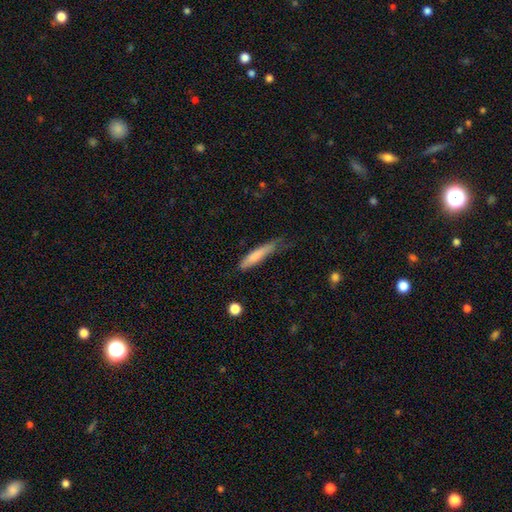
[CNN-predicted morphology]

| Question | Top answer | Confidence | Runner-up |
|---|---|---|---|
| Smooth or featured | smooth | 76% | featured or disk (18%) |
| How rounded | cigar-shaped | 88% | in between (10%) |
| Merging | none | 52% | minor disturbance (34%) |